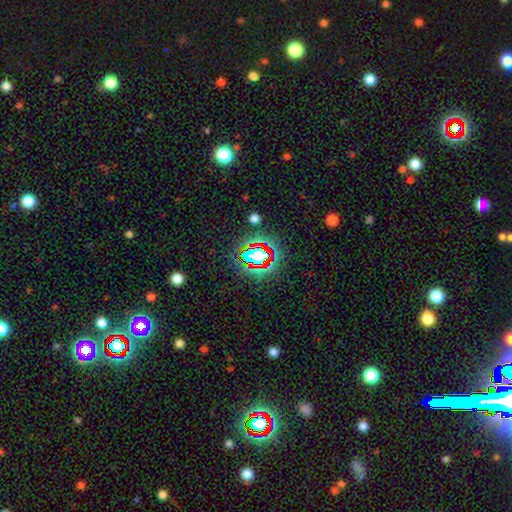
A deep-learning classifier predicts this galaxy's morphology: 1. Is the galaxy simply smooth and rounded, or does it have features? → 68% star or artifact, 21% smooth, 12% featured or disk.